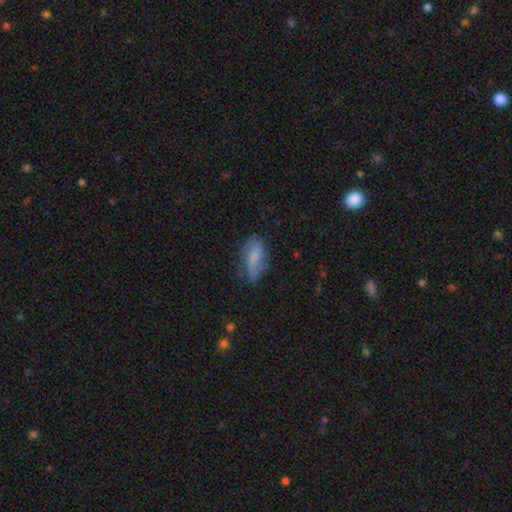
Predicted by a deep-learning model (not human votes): smooth_or_featured: smooth (p=0.52) [alt: featured or disk p=0.38]
how_rounded: in between (p=0.80) [alt: cigar-shaped p=0.15]
merging: none (p=0.56) [alt: minor disturbance p=0.30]